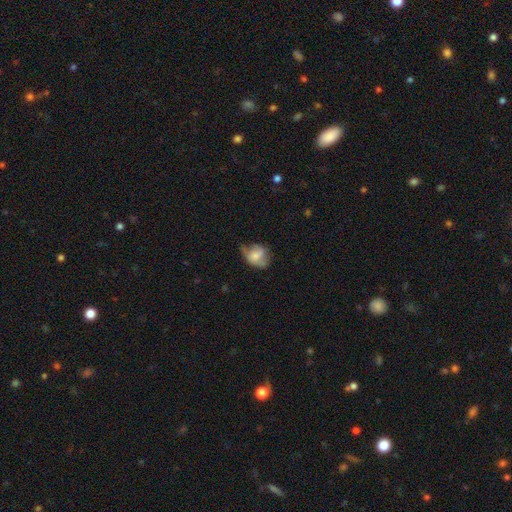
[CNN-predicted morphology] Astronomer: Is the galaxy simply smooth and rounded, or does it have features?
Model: smooth — 63%.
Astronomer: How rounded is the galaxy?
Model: in between — 55% (runner-up: round, 43%).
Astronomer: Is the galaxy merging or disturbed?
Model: none — 38% (runner-up: minor disturbance, 37%).